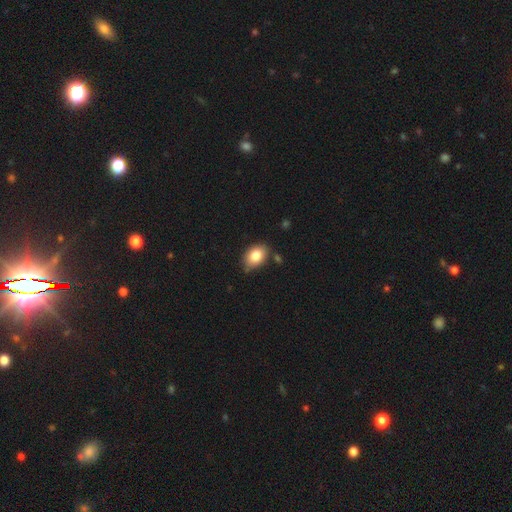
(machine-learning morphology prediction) A smooth galaxy with no disk features (83%) that is in between round and cigar-shaped (83%).

Vote fractions:
- Smooth or featured? smooth: 83% / featured or disk: 9% / star or artifact: 8%
- How rounded? in between: 83% / round: 16% / cigar-shaped: 1%
- Merging? none: 76% / minor disturbance: 16% / merger: 4% / major disturbance: 3%